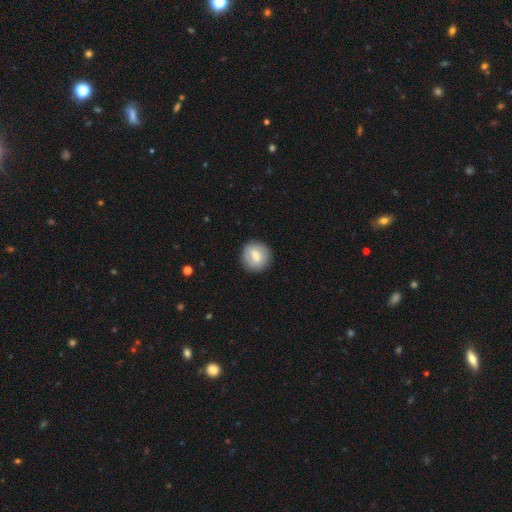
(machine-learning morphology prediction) This appears to be a smooth galaxy with no disk features (71%) that is round (89%). Merging: none (87%).